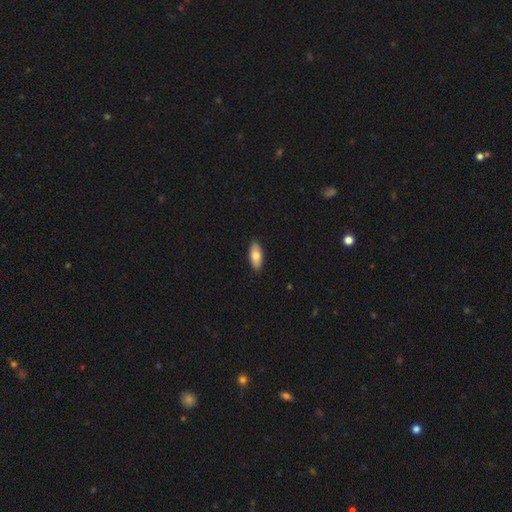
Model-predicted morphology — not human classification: The model was most divided on "smooth or featured": smooth: 78%, featured or disk: 16%, star or artifact: 6%. More confident: merging — none (90%); how rounded — in between (84%).